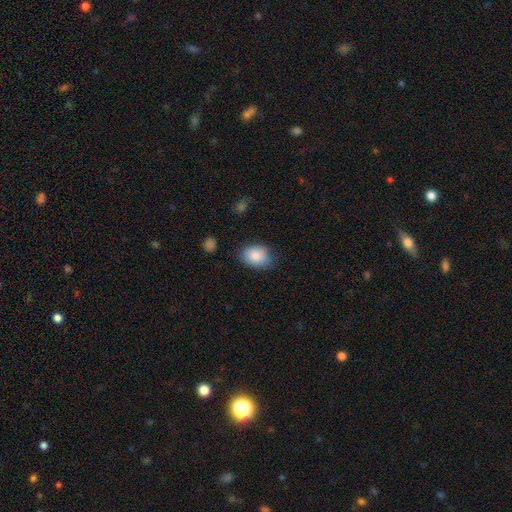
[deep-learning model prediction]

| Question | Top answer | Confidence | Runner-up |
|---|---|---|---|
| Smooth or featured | smooth | 86% | star or artifact (7%) |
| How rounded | in between | 72% | round (27%) |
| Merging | none | 72% | minor disturbance (22%) |